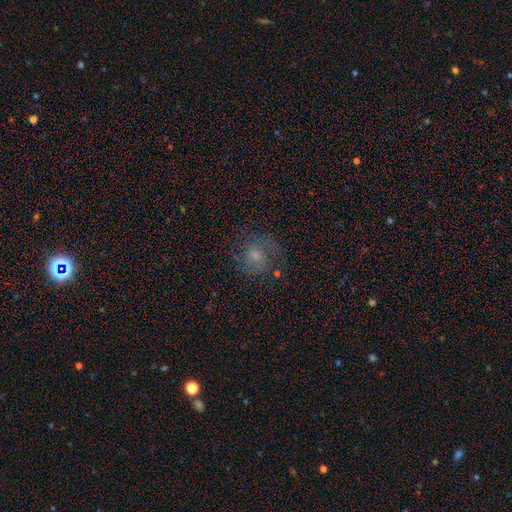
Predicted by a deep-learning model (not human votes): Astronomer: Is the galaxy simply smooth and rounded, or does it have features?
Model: smooth — 46% (runner-up: featured or disk, 38%).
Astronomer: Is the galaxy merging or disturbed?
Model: none — 62%.